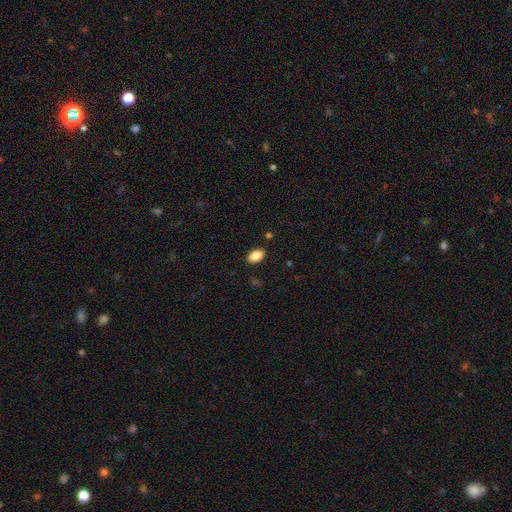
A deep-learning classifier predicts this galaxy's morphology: Smooth or featured?
  - smooth: 85% *
  - star or artifact: 8%
  - featured or disk: 7%
How rounded?
  - in between: 91% *
  - round: 7%
  - cigar-shaped: 2%
Merging?
  - none: 87% *
  - minor disturbance: 9%
  - major disturbance: 2%
  - merger: 1%